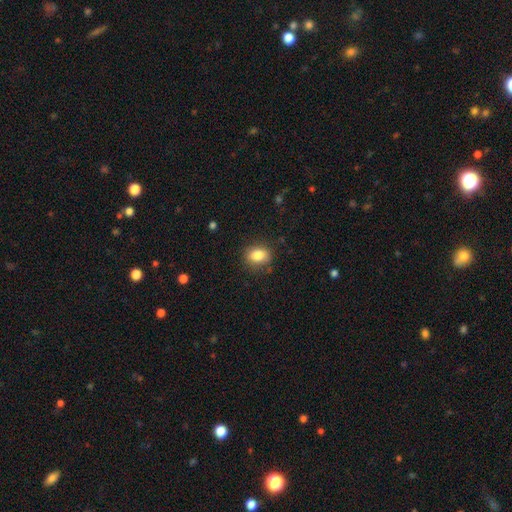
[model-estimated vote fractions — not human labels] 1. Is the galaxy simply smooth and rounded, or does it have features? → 84% smooth, 9% star or artifact, 7% featured or disk.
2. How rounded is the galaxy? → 64% in between, 34% round, 1% cigar-shaped.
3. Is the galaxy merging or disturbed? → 83% none, 13% minor disturbance, 3% major disturbance, 1% merger.